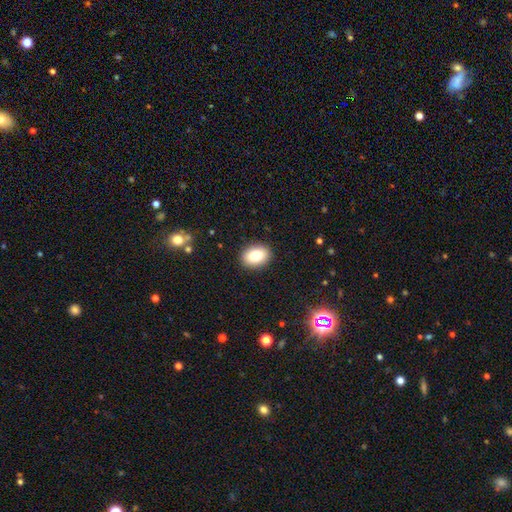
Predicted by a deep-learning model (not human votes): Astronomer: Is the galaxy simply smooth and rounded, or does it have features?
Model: smooth — 81%.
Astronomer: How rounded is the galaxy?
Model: in between — 72%.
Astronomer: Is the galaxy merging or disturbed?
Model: none — 90%.